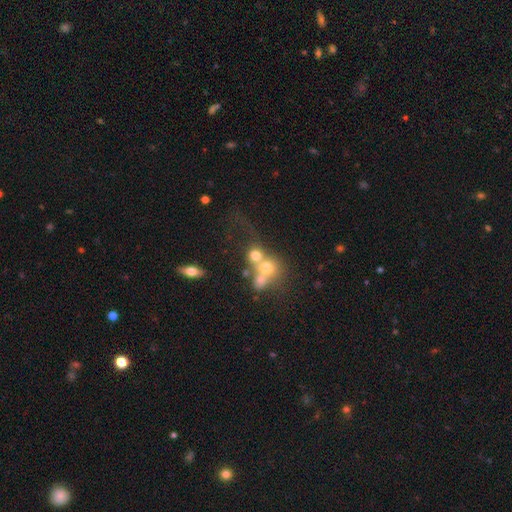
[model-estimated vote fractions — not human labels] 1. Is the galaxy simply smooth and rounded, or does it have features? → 61% smooth, 25% featured or disk, 15% star or artifact.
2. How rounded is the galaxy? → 73% round, 25% in between, 2% cigar-shaped.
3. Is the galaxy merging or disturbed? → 60% merger, 24% none, 10% major disturbance, 7% minor disturbance.